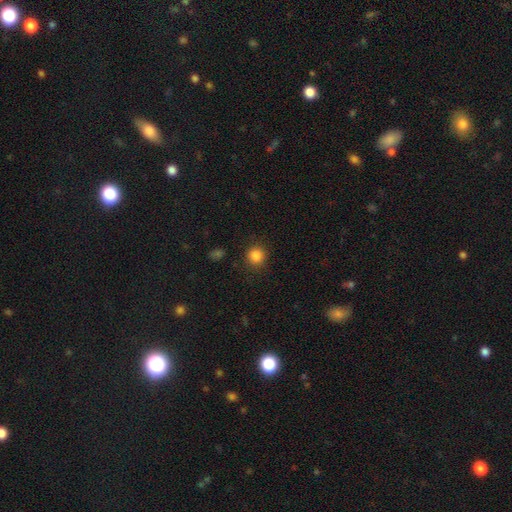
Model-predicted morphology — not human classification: type=smooth (86%); roundness=round (90%); merging=none (89%).